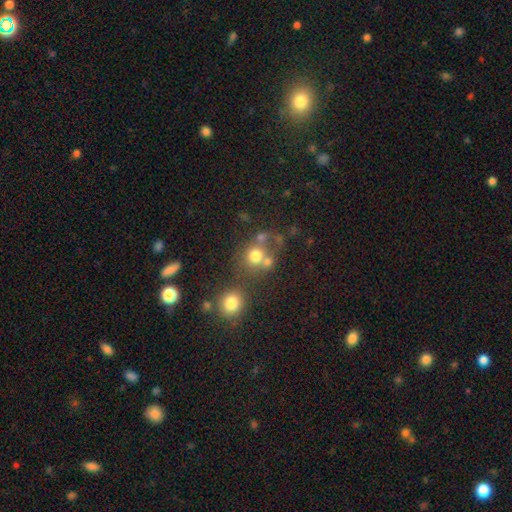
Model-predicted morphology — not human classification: A smooth galaxy with no disk features (71%) that is round (84%).

Vote fractions:
- Smooth or featured? smooth: 71% / star or artifact: 16% / featured or disk: 13%
- How rounded? round: 84% / in between: 15% / cigar-shaped: 1%
- Merging? none: 54% / merger: 29% / minor disturbance: 11% / major disturbance: 7%